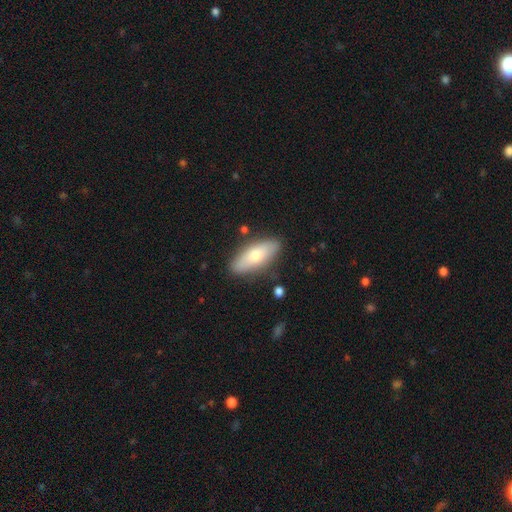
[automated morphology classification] A smooth galaxy with no disk features (67%) that is in between round and cigar-shaped (71%). Merging: none (84%).